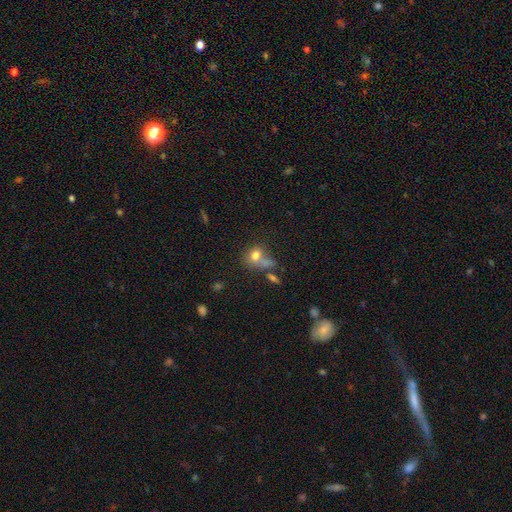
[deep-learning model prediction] smooth-or-featured: smooth: 75% | featured or disk: 13% | star or artifact: 12%
  how-rounded: round: 55% | in between: 43% | cigar-shaped: 2%
  merging: none: 38% | merger: 33% | minor disturbance: 15% | major disturbance: 13%